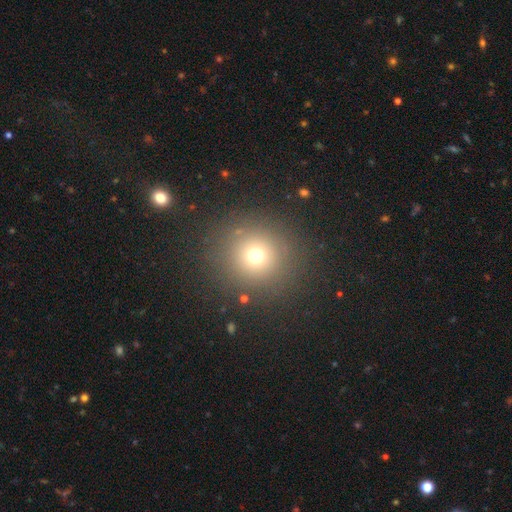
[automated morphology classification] type=smooth (70%); roundness=round (93%); merging=none (86%).